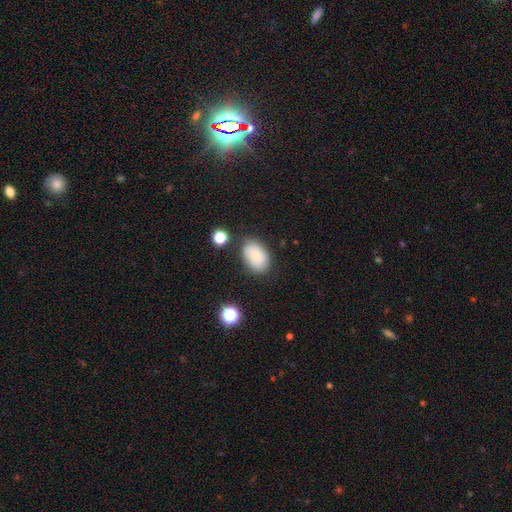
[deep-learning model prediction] Smooth or featured? Predicted: smooth (p=0.77). How rounded? Predicted: in between (p=0.87). Merging? Predicted: none (p=0.72).